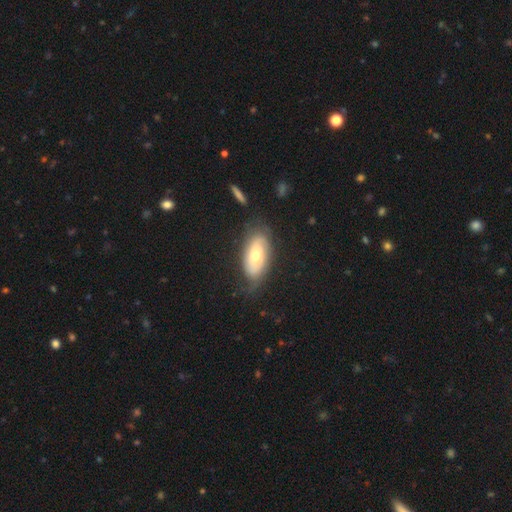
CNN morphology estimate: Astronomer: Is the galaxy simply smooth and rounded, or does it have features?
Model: smooth — 46%, tied with featured or disk at 46%.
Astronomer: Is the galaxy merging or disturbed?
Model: none — 69%.